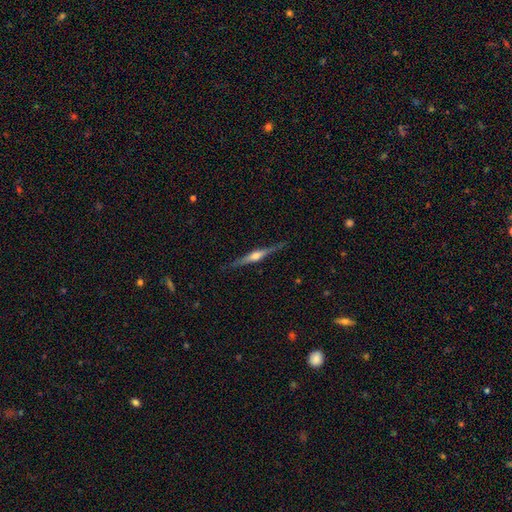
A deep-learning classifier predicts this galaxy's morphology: Overall: featured or disk (78%). Edge-on disk: yes (98%). Edge-on bulge: rounded (86%). Merging: none (88%).